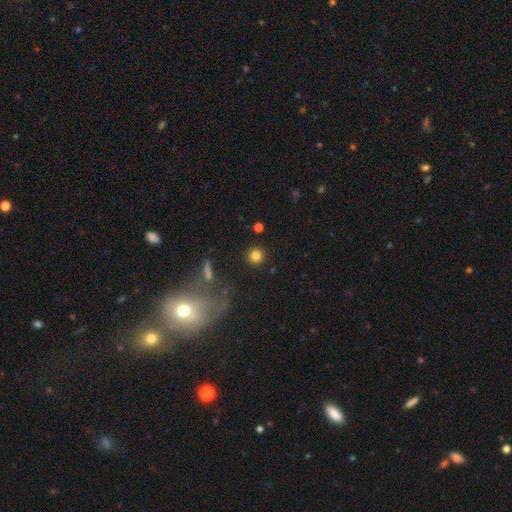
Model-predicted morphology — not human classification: Smooth or featured? smooth (82%)
How rounded? round (95%)
Merging? none (89%)